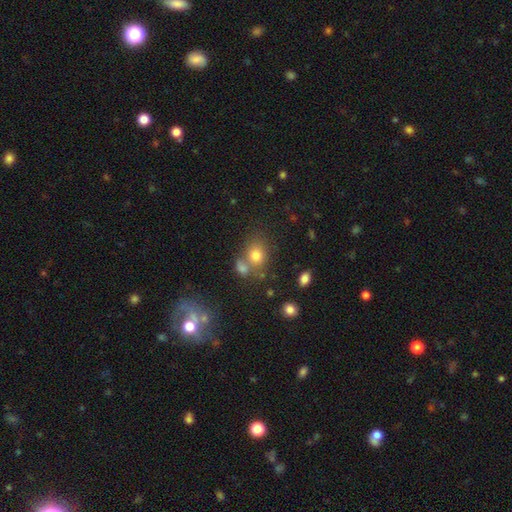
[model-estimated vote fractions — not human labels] Smooth or featured? Predicted: smooth (p=0.75). How rounded? Predicted: round (p=0.61). Merging? Predicted: none (p=0.53).